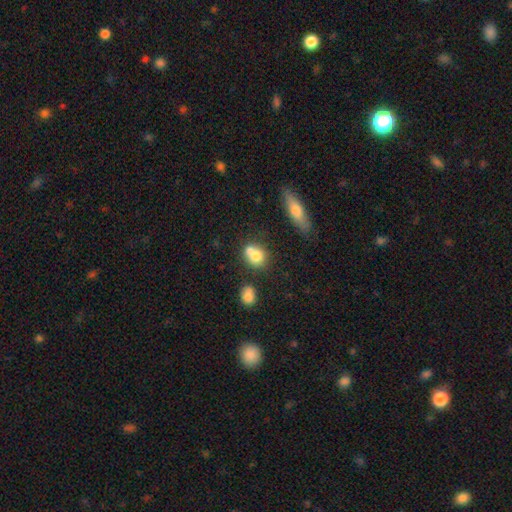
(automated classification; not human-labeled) Smooth or featured?
  - smooth: 73% *
  - featured or disk: 17%
  - star or artifact: 10%
How rounded?
  - round: 70% *
  - in between: 28%
  - cigar-shaped: 2%
Merging?
  - merger: 50% *
  - none: 37%
  - minor disturbance: 10%
  - major disturbance: 4%